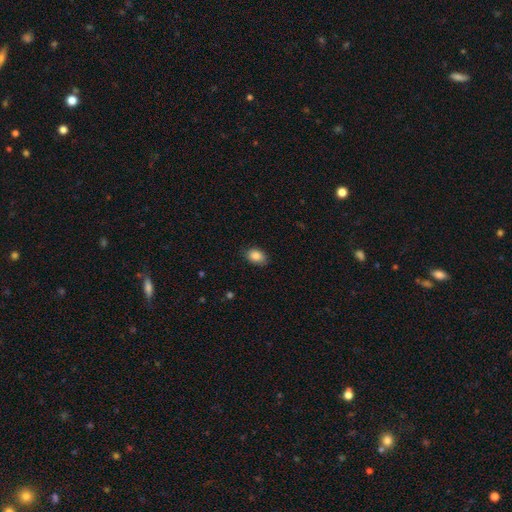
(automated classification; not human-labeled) Smooth or featured?
  - smooth: 87% *
  - star or artifact: 8%
  - featured or disk: 5%
How rounded?
  - in between: 81% *
  - round: 18%
  - cigar-shaped: 1%
Merging?
  - none: 83% *
  - minor disturbance: 13%
  - major disturbance: 3%
  - merger: 1%